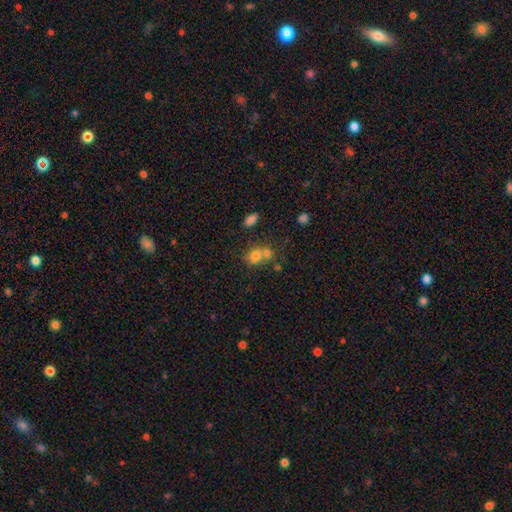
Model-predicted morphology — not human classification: The model was most divided on "how rounded": round: 54%, in between: 44%, cigar-shaped: 1%. More confident: smooth or featured — smooth (73%); merging — merger (50%).